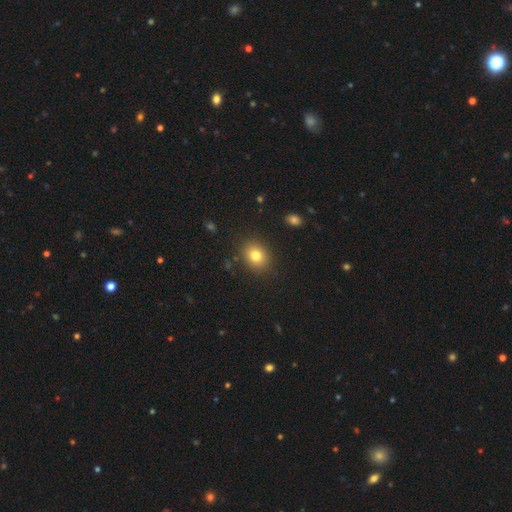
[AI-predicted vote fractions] A smooth galaxy with no disk features (80%) that is round (56%). Merging: none (87%).